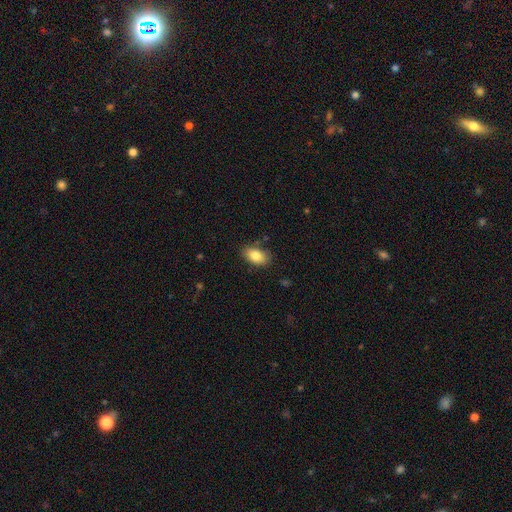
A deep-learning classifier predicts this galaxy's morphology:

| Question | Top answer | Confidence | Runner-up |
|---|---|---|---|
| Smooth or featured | smooth | 84% | featured or disk (9%) |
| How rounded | in between | 91% | round (7%) |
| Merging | none | 81% | minor disturbance (14%) |